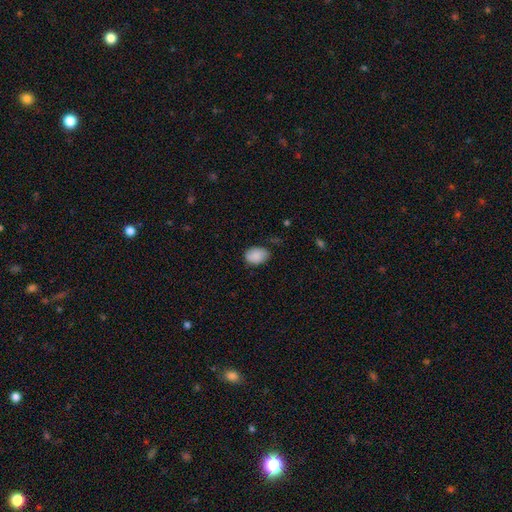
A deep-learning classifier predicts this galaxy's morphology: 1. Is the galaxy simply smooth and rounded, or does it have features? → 87% smooth, 7% star or artifact, 6% featured or disk.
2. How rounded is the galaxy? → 78% in between, 21% round, 1% cigar-shaped.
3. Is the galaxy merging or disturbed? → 71% none, 23% minor disturbance, 4% major disturbance, 1% merger.